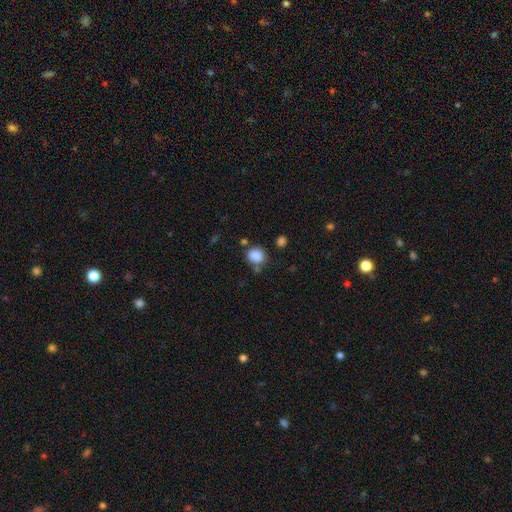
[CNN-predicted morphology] The model was most divided on "how rounded": round: 70%, in between: 30%, cigar-shaped: 1%. More confident: smooth or featured — smooth (86%); merging — none (65%).